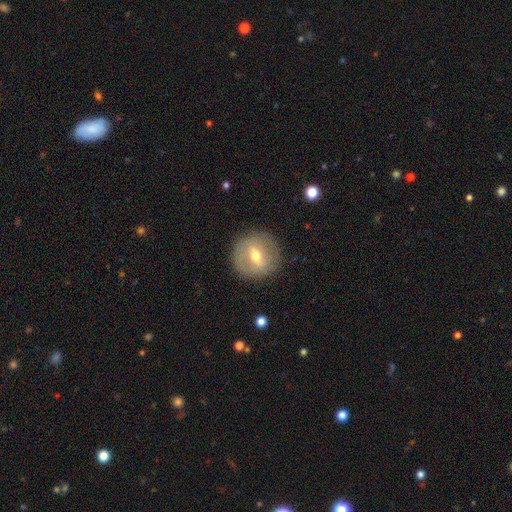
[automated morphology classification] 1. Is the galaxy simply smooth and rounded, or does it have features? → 53% featured or disk, 39% smooth, 8% star or artifact.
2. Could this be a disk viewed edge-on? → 93% no, 7% yes.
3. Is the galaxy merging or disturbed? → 85% none, 10% minor disturbance, 4% major disturbance, 1% merger.